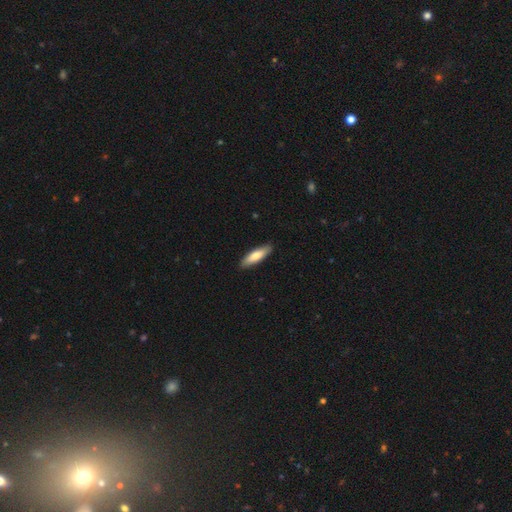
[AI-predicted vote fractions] This appears to be a smooth galaxy with no disk features (73%) that is cigar-shaped (63%). Merging: none (89%).